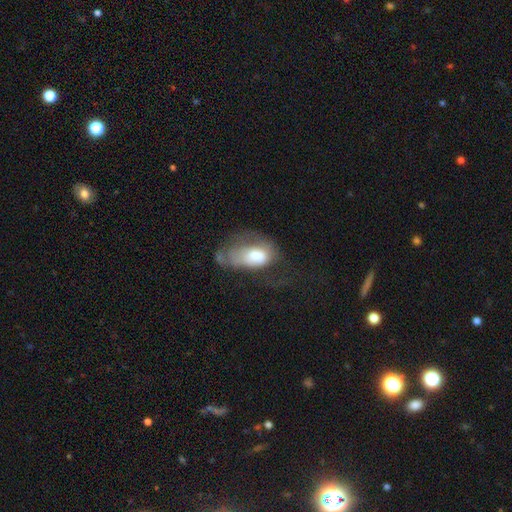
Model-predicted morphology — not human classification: This appears to be a smooth galaxy with no disk features (55%) that is in between round and cigar-shaped (89%). Merging: major disturbance (50%).